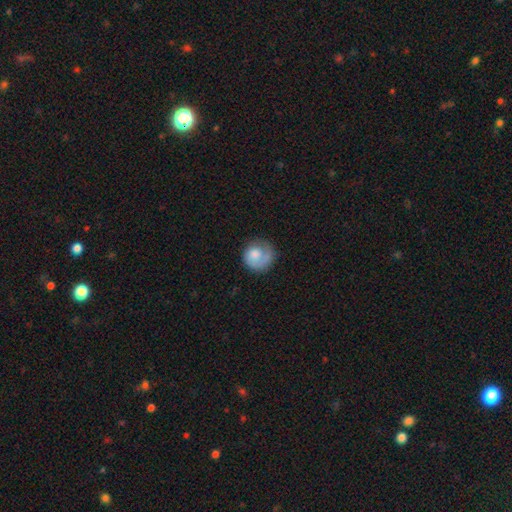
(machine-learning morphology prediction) The model was most divided on "smooth or featured": smooth: 58%, featured or disk: 36%, star or artifact: 6%. More confident: how rounded — round (85%); merging — none (60%).